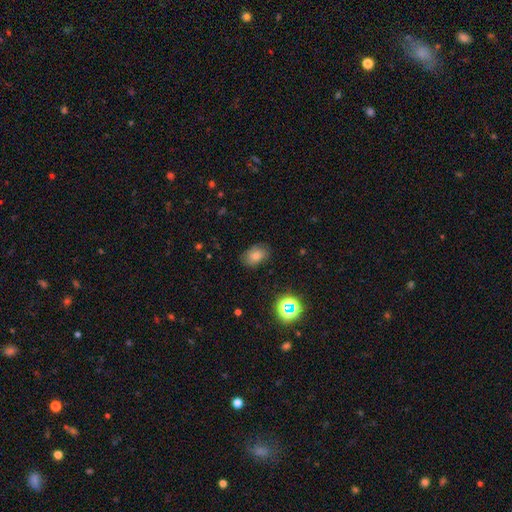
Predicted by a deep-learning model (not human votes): A smooth galaxy with no disk features (75%) that is in between round and cigar-shaped (78%). Merging: none (80%).